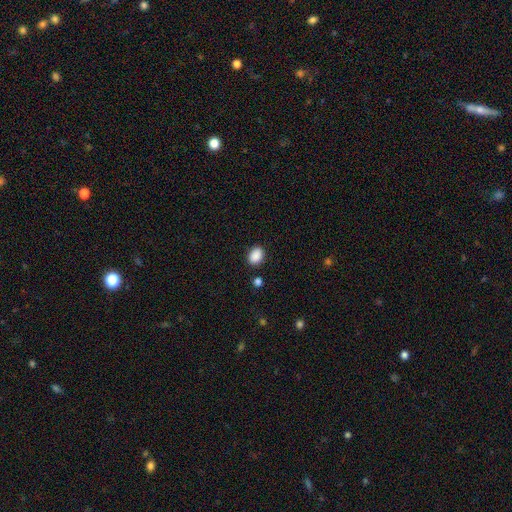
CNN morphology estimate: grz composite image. It shows a smooth galaxy with no disk features (89%) that is in between round and cigar-shaped (73%). Merging: none (85%).